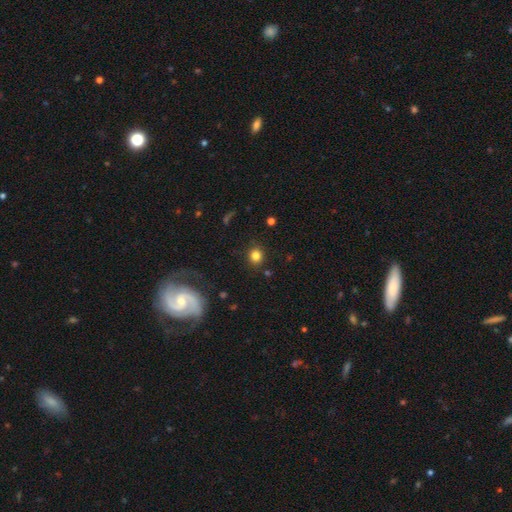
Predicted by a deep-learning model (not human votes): Smooth or featured?
  - smooth: 82% *
  - star or artifact: 12%
  - featured or disk: 6%
How rounded?
  - round: 82% *
  - in between: 17%
  - cigar-shaped: 1%
Merging?
  - none: 87% *
  - minor disturbance: 8%
  - major disturbance: 3%
  - merger: 2%